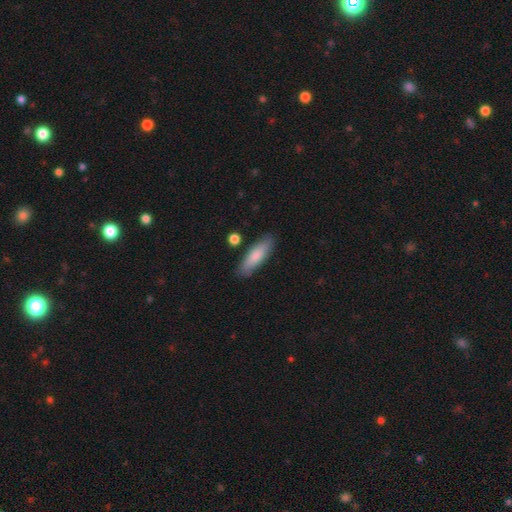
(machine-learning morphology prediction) A smooth galaxy with no disk features (80%) that is cigar-shaped (55%).

Vote fractions:
- Smooth or featured? smooth: 80% / featured or disk: 14% / star or artifact: 6%
- How rounded? cigar-shaped: 55% / in between: 43% / round: 2%
- Merging? none: 83% / minor disturbance: 12% / merger: 3% / major disturbance: 2%